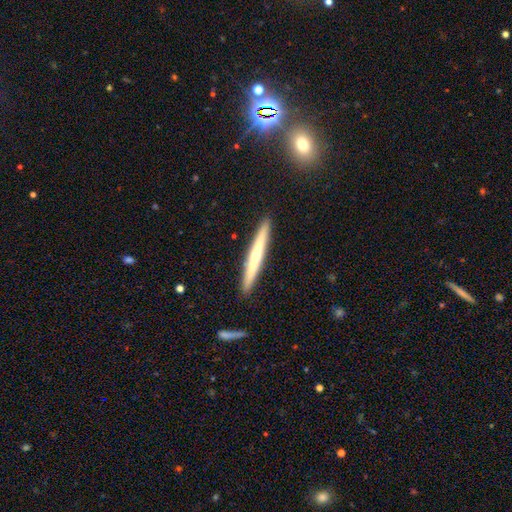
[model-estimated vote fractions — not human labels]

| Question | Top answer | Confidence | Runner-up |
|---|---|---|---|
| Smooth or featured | featured or disk | 59% | smooth (33%) |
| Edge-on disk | yes | 96% | no (4%) |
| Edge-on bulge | rounded | 65% | none (31%) |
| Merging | none | 90% | minor disturbance (7%) |